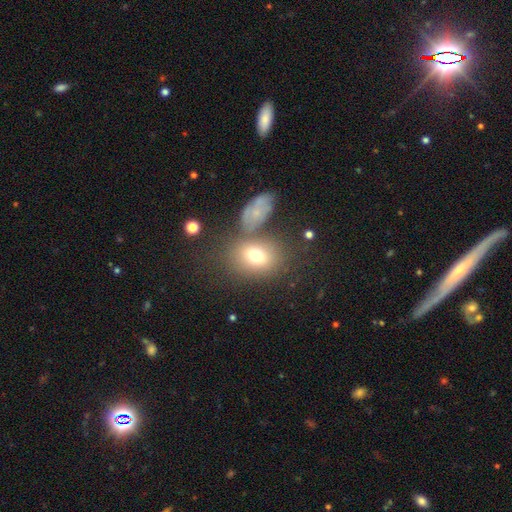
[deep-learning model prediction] A smooth galaxy with no disk features (73%) that is in between round and cigar-shaped (58%). Merging: none (61%).